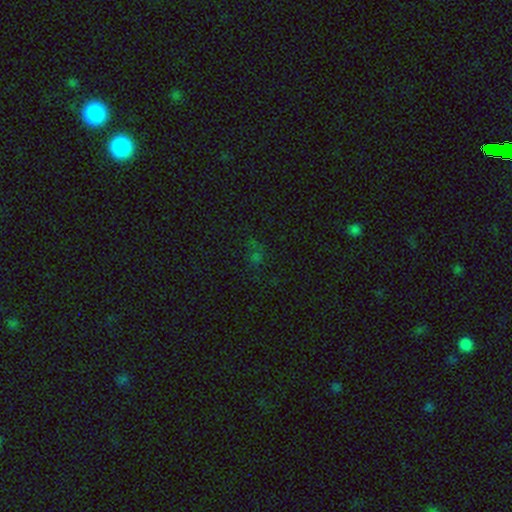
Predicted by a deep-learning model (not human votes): star or artifact 55%, smooth 35%, featured or disk 9%.